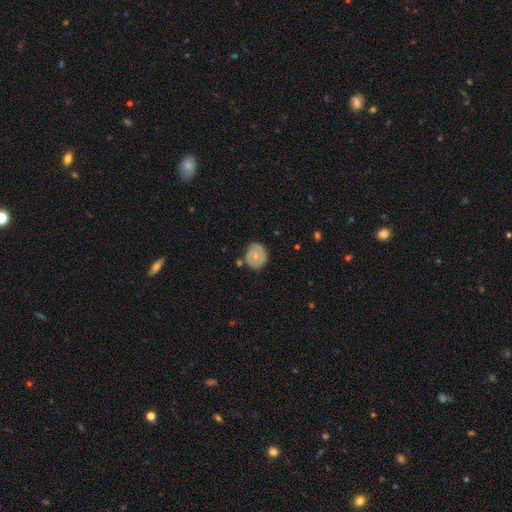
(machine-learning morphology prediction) smooth_or_featured: smooth (p=0.54) [alt: featured or disk p=0.39]
how_rounded: round (p=0.81) [alt: in between p=0.18]
merging: none (p=0.70) [alt: minor disturbance p=0.21]